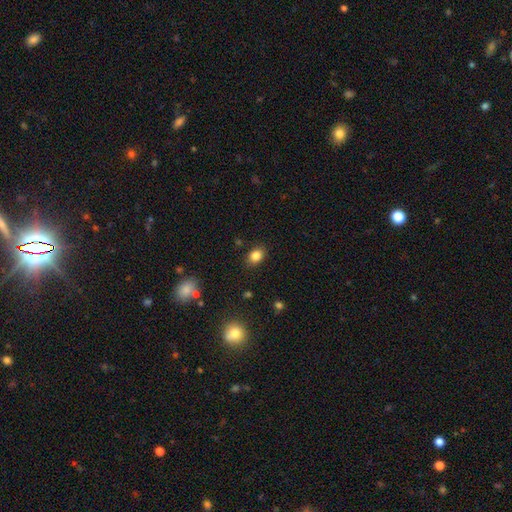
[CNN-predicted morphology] This appears to be a smooth galaxy with no disk features (84%) that is in between round and cigar-shaped (62%). Merging: none (86%).